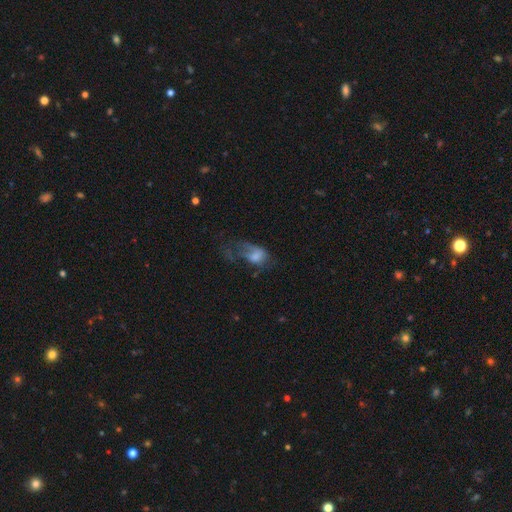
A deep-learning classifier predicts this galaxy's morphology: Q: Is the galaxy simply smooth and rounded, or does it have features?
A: smooth — 53%.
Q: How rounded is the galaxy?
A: in between — 84%.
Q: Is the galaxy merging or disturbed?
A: major disturbance — 56%.